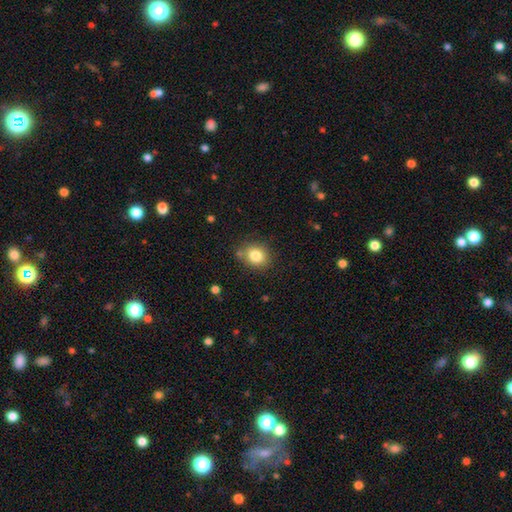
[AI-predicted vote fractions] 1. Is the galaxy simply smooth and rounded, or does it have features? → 82% smooth, 11% star or artifact, 8% featured or disk.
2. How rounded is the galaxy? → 66% round, 34% in between, 1% cigar-shaped.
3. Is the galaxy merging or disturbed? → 79% none, 13% minor disturbance, 4% merger, 3% major disturbance.